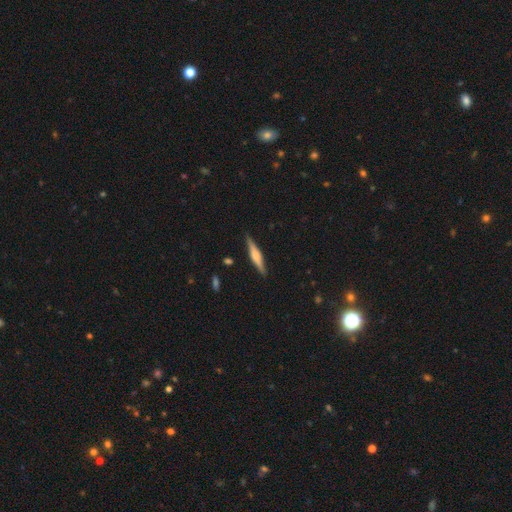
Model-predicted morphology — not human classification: Smooth or featured? Predicted: featured or disk (p=0.61). Edge-on disk? Predicted: yes (p=0.97). Edge-on bulge? Predicted: rounded (p=0.73). Merging? Predicted: none (p=0.89).